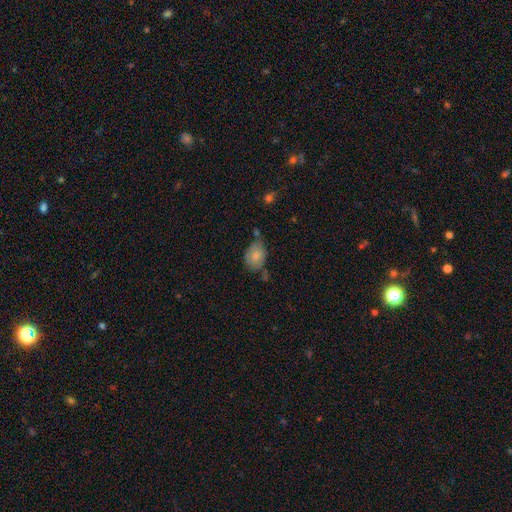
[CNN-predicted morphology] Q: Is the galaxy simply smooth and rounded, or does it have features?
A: smooth — 78%.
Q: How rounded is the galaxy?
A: in between — 74%.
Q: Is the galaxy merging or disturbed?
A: none — 53%.